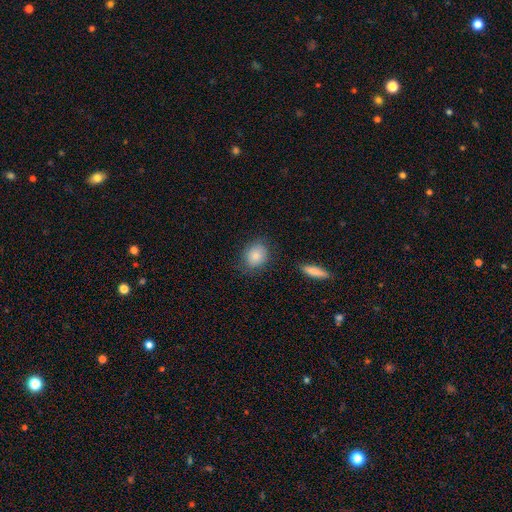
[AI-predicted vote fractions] The model was most divided on "how rounded": round: 56%, in between: 43%, cigar-shaped: 1%. More confident: smooth or featured — smooth (84%); merging — none (77%).